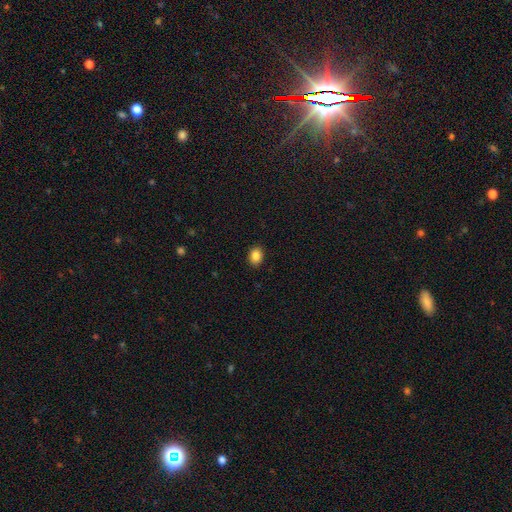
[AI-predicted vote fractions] smooth 86%, star or artifact 9%, featured or disk 5%. Down the decision tree: how rounded — in between (64%); merging — none (90%).